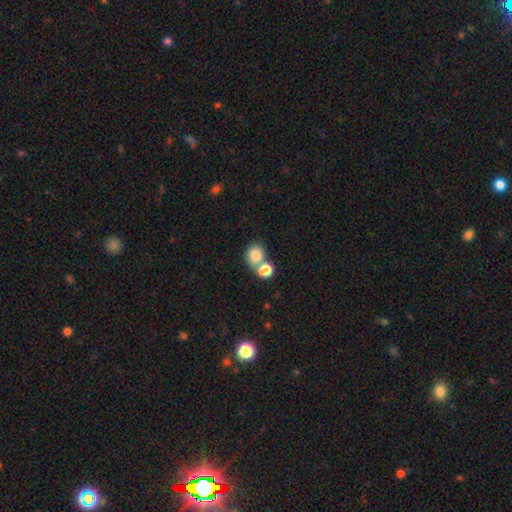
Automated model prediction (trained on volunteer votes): smooth 82%, star or artifact 10%, featured or disk 9%. Down the decision tree: how rounded — round (62%); merging — merger (51%).